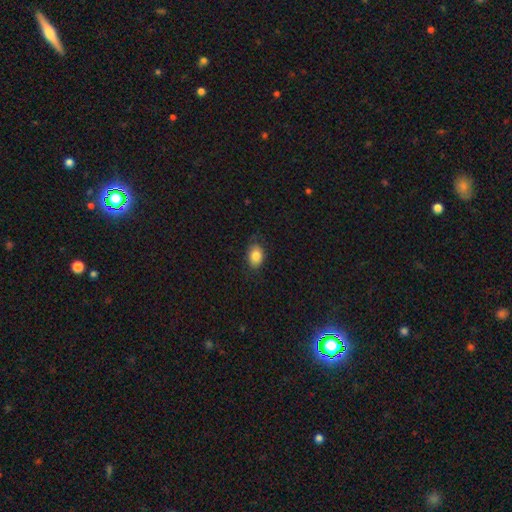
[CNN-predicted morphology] Smooth or featured? Predicted: smooth (p=0.84). How rounded? Predicted: in between (p=0.74). Merging? Predicted: none (p=0.81).